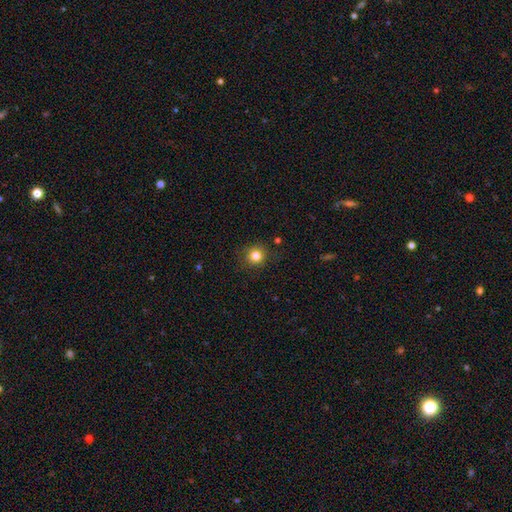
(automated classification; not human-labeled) The model was most divided on "smooth or featured": smooth: 82%, star or artifact: 13%, featured or disk: 6%. More confident: how rounded — round (91%); merging — none (88%).